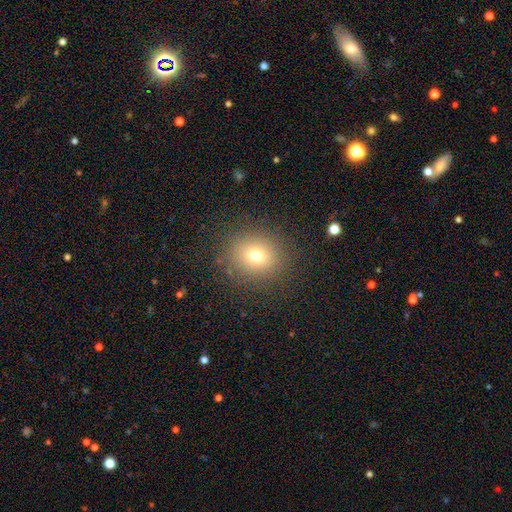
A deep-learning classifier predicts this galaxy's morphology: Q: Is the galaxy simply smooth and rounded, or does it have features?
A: smooth — 72%.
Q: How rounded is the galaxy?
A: round — 77%.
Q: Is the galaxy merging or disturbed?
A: none — 87%.